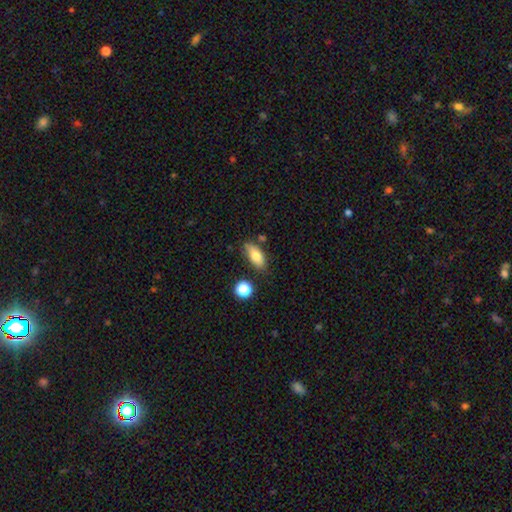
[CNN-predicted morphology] smooth-or-featured: smooth: 78% | featured or disk: 13% | star or artifact: 9%
  how-rounded: in between: 81% | cigar-shaped: 14% | round: 5%
  merging: none: 72% | minor disturbance: 17% | merger: 7% | major disturbance: 4%